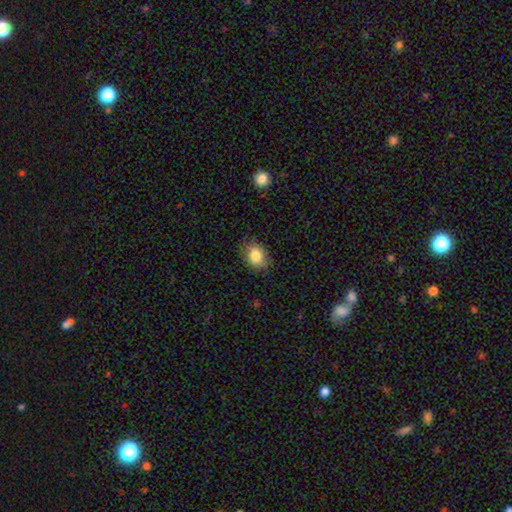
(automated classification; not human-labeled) A smooth galaxy with no disk features (84%) that is in between round and cigar-shaped (60%). Merging: none (83%).